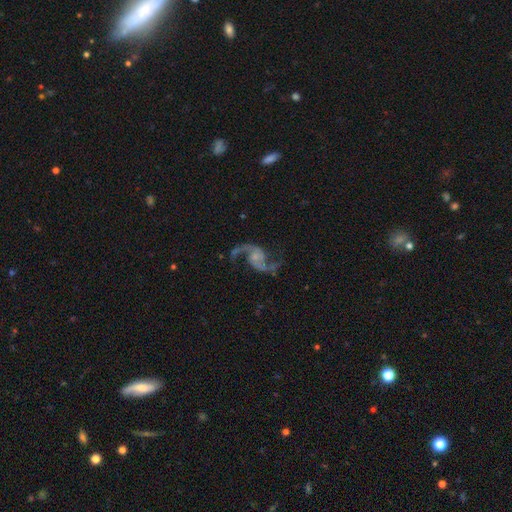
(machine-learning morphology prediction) Overall: featured or disk (92%). Edge-on disk: no (98%). Bar: no (62%; weak 30%). Spiral arms: yes (98%). Spiral arm count: 2 (94%). Spiral winding: loose (69%). Bulge size: small (60%). Merging: none (73%).